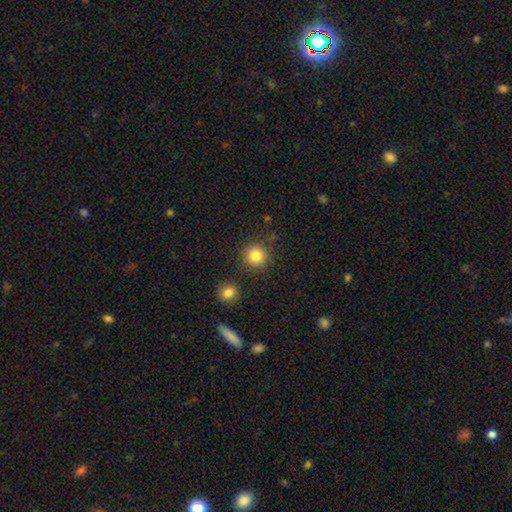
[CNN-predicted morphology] Smooth or featured? smooth (85%)
How rounded? round (93%)
Merging? none (85%)